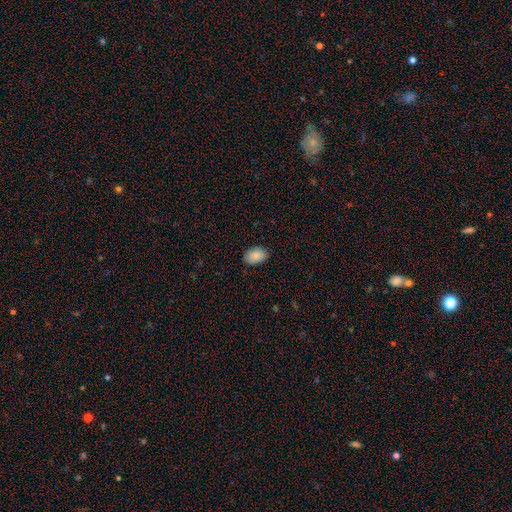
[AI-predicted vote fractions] smooth-or-featured: smooth: 89% | star or artifact: 7% | featured or disk: 4%
  how-rounded: in between: 88% | round: 10% | cigar-shaped: 1%
  merging: none: 84% | minor disturbance: 12% | major disturbance: 2% | merger: 1%